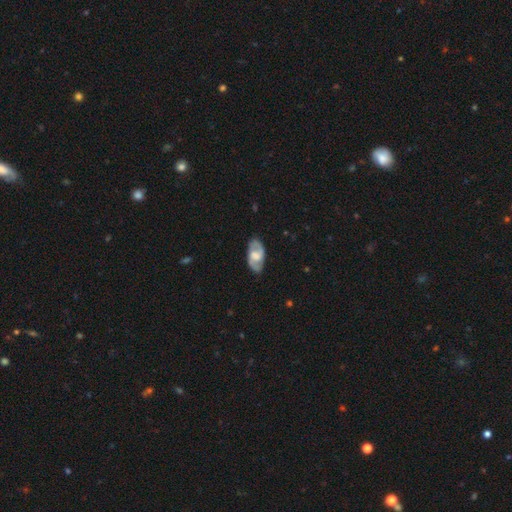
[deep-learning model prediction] Smooth or featured? Predicted: featured or disk (p=0.71). Edge-on disk? Predicted: no (p=0.93). Bar? Predicted: weak (p=0.47). Spiral arms? Predicted: yes (p=0.86). Spiral winding? Predicted: medium (p=0.50). Spiral arm count? Predicted: 2 (p=0.86). Bulge size? Predicted: moderate (p=0.34). Merging? Predicted: none (p=0.81).